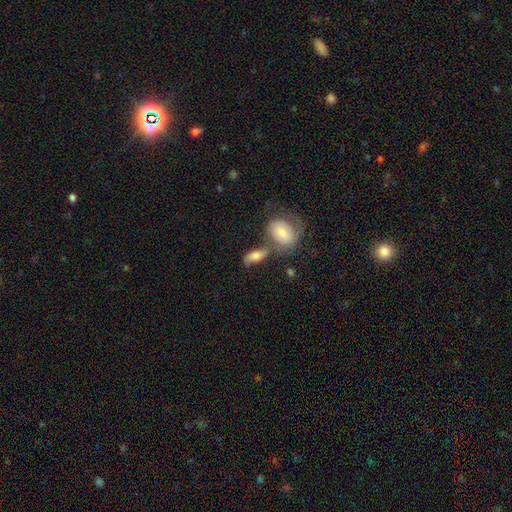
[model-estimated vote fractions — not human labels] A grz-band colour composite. It shows a smooth galaxy with no disk features (63%) that is in between round and cigar-shaped (82%). Merging: none (39%).